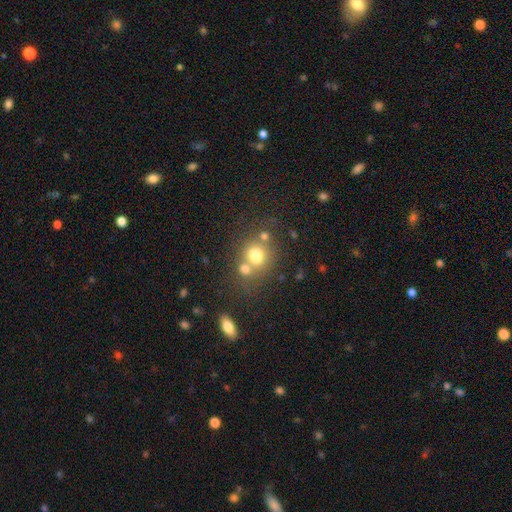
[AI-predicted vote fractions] Morphology: type=smooth (72%); roundness=round (70%); merging=none (46%).